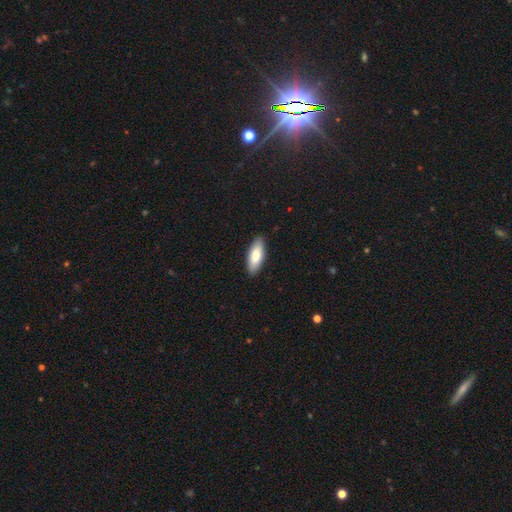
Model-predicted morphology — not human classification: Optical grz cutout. It shows a smooth galaxy with no disk features (82%) that is in between round and cigar-shaped (71%). Merging: none (89%).